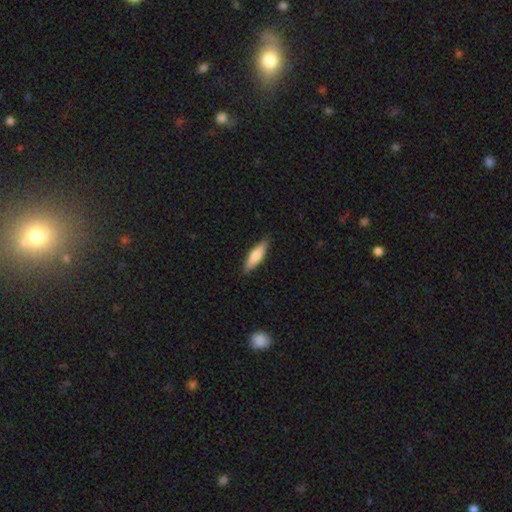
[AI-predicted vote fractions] smooth 68%, featured or disk 27%, star or artifact 6%. Down the decision tree: how rounded — cigar-shaped (63%); merging — none (88%).